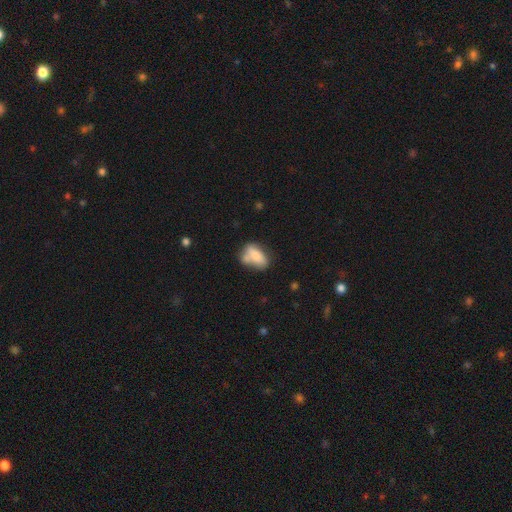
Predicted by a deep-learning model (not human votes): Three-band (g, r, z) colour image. It shows a smooth galaxy with no disk features (69%) that is in between round and cigar-shaped (81%). Merging: none (43%).